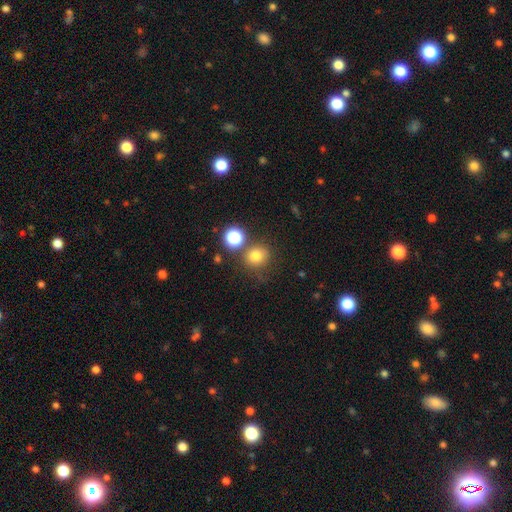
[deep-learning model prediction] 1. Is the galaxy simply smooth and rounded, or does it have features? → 77% smooth, 15% star or artifact, 8% featured or disk.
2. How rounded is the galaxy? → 84% round, 15% in between, 1% cigar-shaped.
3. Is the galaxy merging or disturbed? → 65% none, 15% merger, 14% minor disturbance, 6% major disturbance.